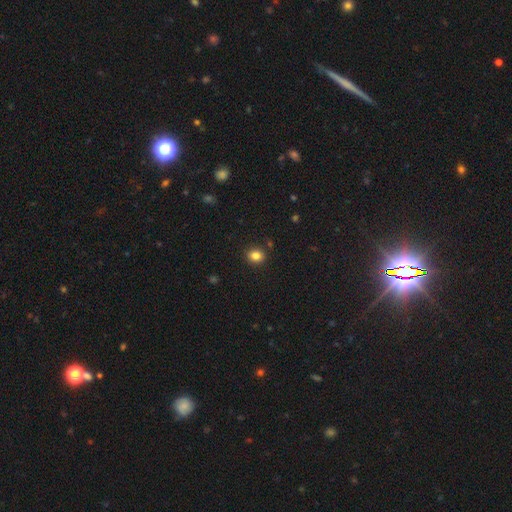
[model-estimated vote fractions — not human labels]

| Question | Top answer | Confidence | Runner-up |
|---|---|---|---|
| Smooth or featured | smooth | 84% | star or artifact (11%) |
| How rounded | round | 66% | in between (33%) |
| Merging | none | 89% | minor disturbance (7%) |